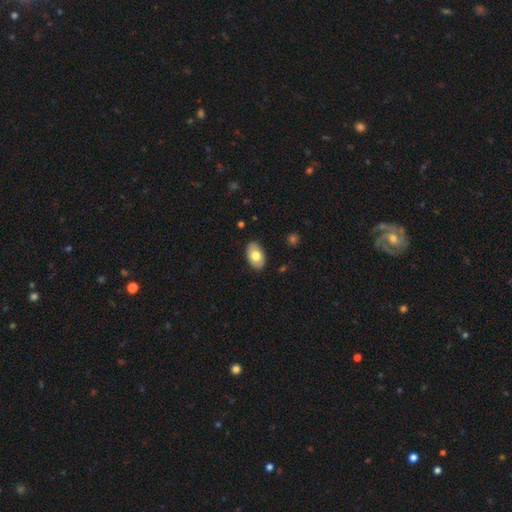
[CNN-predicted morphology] Overall: smooth (72%). How rounded: in between (92%). Merging: none (86%).